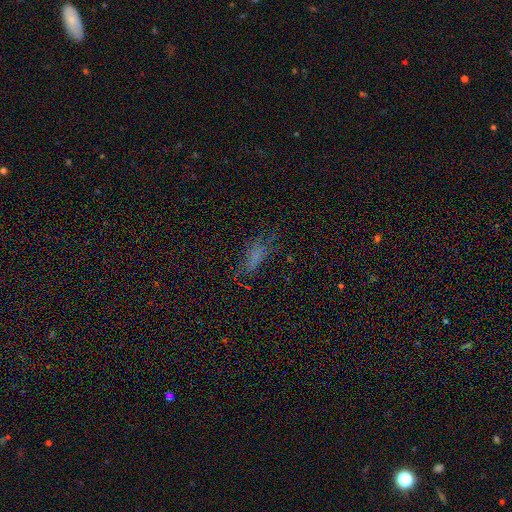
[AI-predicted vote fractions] A smooth galaxy with no disk features (57%) that is in between round and cigar-shaped (61%).

Vote fractions:
- Smooth or featured? smooth: 57% / star or artifact: 25% / featured or disk: 19%
- How rounded? in between: 61% / cigar-shaped: 34% / round: 5%
- Merging? none: 56% / minor disturbance: 23% / major disturbance: 18% / merger: 3%